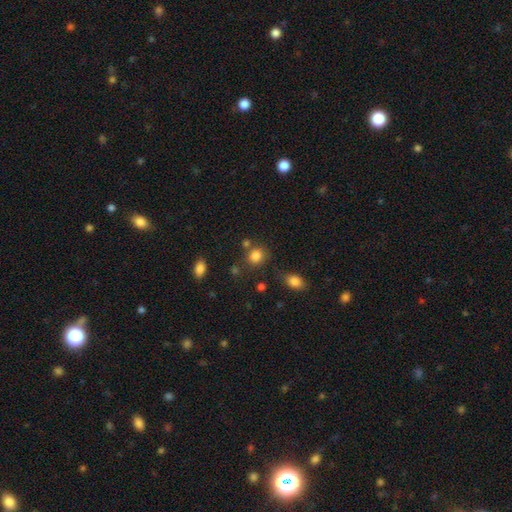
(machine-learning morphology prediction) Smooth or featured: smooth — 83% (star or artifact — 12%)
How rounded: round — 73% (in between — 26%)
Merging: none — 72% (minor disturbance — 12%)